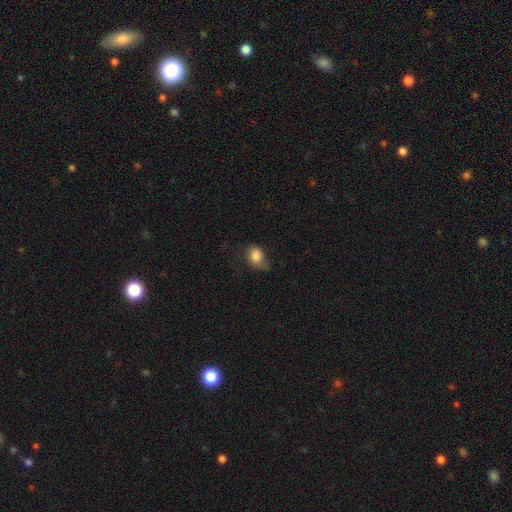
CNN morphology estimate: The model was most divided on "merging": none: 42%, minor disturbance: 35%, major disturbance: 21%, merger: 2%. More confident: smooth or featured — smooth (82%); how rounded — in between (59%).